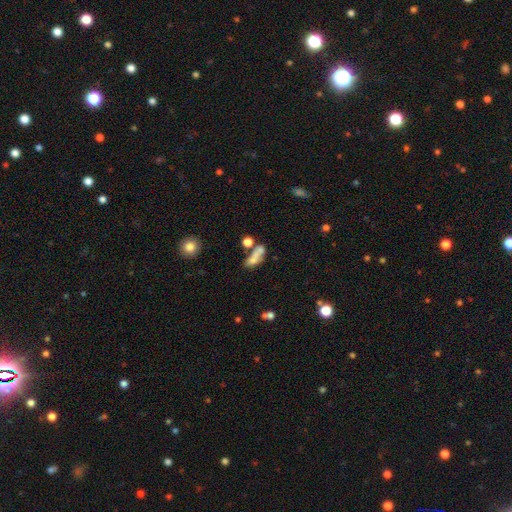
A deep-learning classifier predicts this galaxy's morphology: Smooth or featured: smooth — 64% (featured or disk — 23%)
How rounded: in between — 66% (cigar-shaped — 21%)
Merging: merger — 43% (none — 28%)